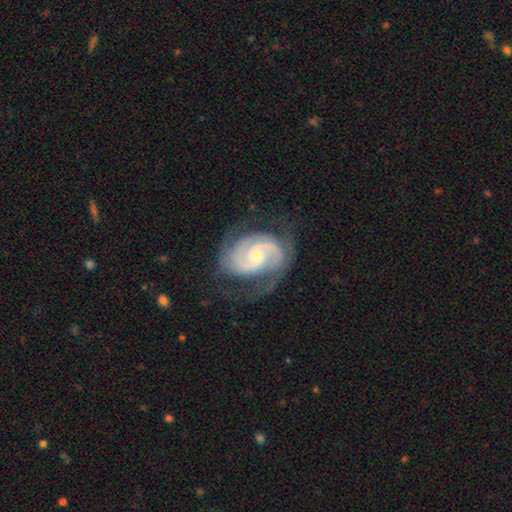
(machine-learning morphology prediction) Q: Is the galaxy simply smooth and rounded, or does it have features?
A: featured or disk — 92%.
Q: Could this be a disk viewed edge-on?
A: no — 98%.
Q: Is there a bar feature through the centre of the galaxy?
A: no — 58%.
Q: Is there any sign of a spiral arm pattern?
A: yes — 98%.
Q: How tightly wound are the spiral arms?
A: tight — 57%.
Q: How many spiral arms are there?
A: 2 — 69%.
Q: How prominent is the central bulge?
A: small — 59%.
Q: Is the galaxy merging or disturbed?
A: none — 67%.